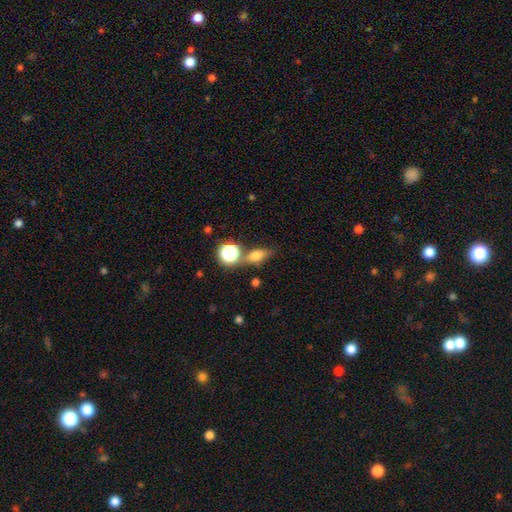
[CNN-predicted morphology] This appears to be a smooth galaxy with no disk features (67%) that is in between round and cigar-shaped (62%). Merging: none (64%).